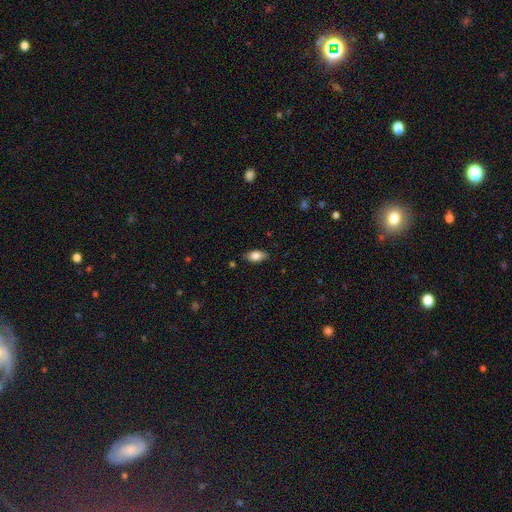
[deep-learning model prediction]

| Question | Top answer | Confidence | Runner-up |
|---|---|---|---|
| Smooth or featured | smooth | 78% | featured or disk (14%) |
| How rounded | in between | 88% | cigar-shaped (7%) |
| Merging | none | 82% | minor disturbance (14%) |